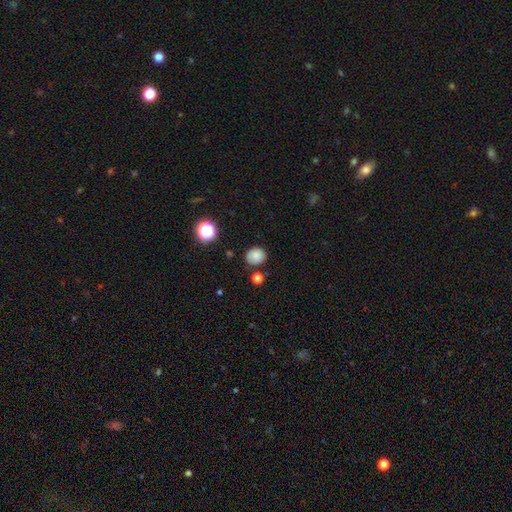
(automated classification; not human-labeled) This appears to be a smooth galaxy with no disk features (83%) that is round (71%). Merging: none (79%).